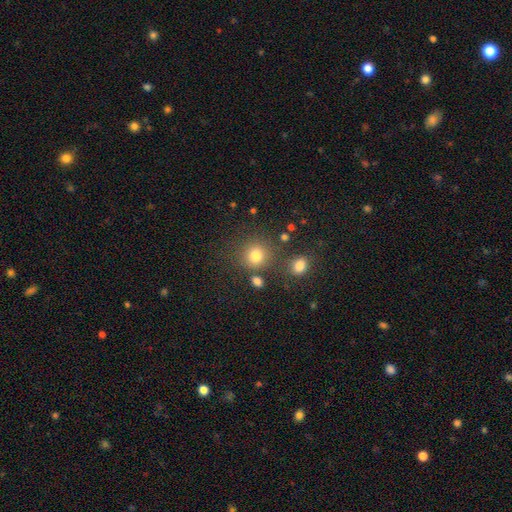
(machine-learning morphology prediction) A smooth galaxy with no disk features (78%) that is round (87%).

Vote fractions:
- Smooth or featured? smooth: 78% / star or artifact: 15% / featured or disk: 7%
- How rounded? round: 87% / in between: 12% / cigar-shaped: 1%
- Merging? none: 75% / minor disturbance: 10% / merger: 10% / major disturbance: 5%